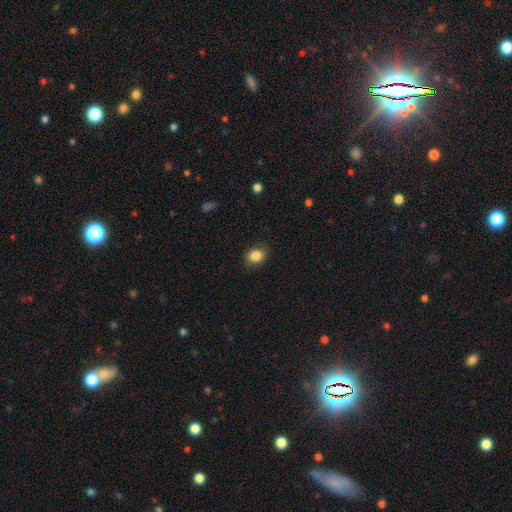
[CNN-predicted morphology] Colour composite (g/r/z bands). It shows a smooth galaxy with no disk features (86%) that is in between round and cigar-shaped (52%). Merging: none (86%).